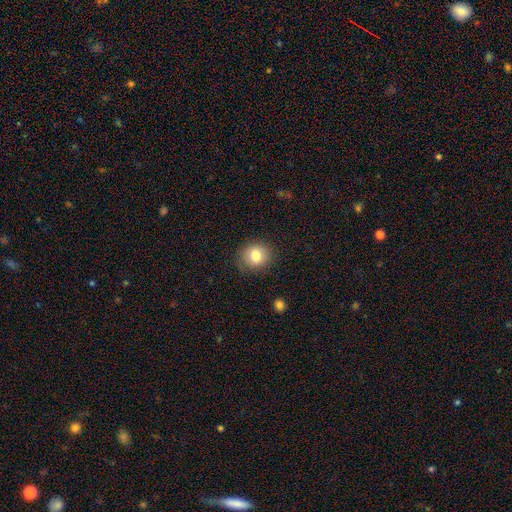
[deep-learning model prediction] This appears to be a smooth galaxy with no disk features (81%) that is round (80%). Merging: none (85%).